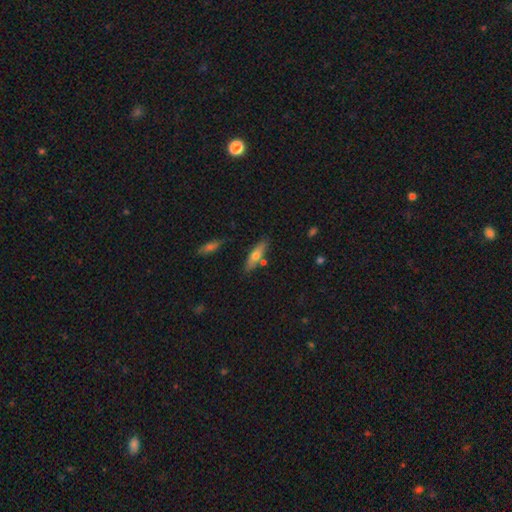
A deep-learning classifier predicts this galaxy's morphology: smooth-or-featured: smooth: 60% | featured or disk: 34% | star or artifact: 7%
  how-rounded: cigar-shaped: 50% | in between: 47% | round: 3%
  merging: none: 76% | minor disturbance: 13% | merger: 9% | major disturbance: 3%